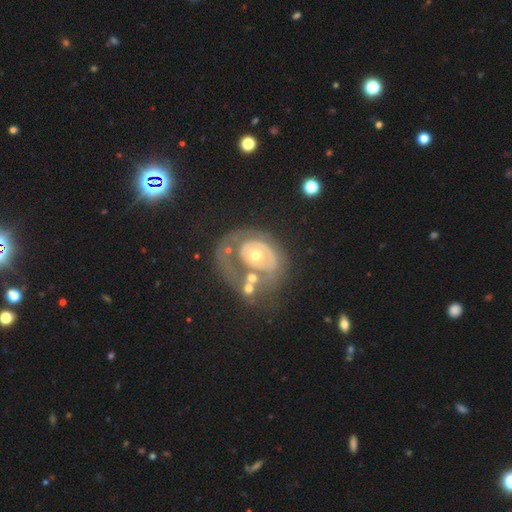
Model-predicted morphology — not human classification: smooth_or_featured: featured or disk (p=0.71) [alt: smooth p=0.22]
disk_edge_on: no (p=0.96) [alt: yes p=0.04]
bar: no (p=0.88) [alt: weak p=0.09]
has_spiral_arms: no (p=0.62) [alt: yes p=0.38]
bulge_size: moderate (p=0.61) [alt: small p=0.29]
merging: none (p=0.39) [alt: major disturbance p=0.27]